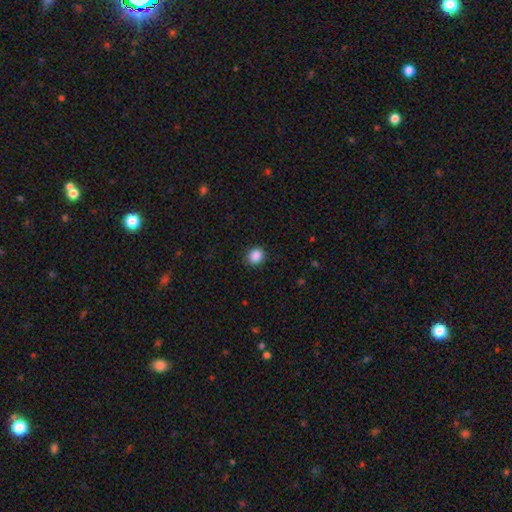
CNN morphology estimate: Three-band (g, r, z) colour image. It shows a smooth galaxy with no disk features (88%) that is round (79%). Merging: none (89%).